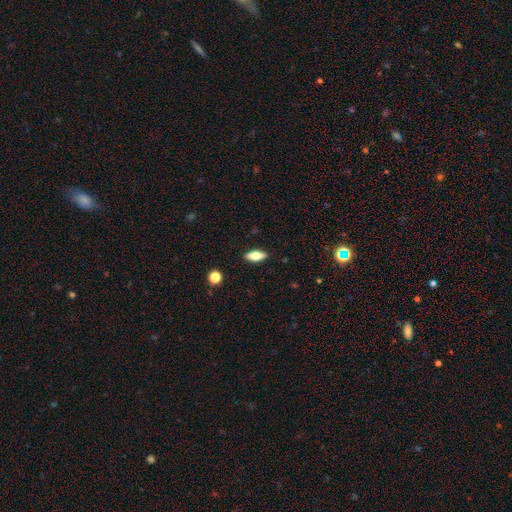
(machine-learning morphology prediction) A smooth galaxy with no disk features (65%) that is in between round and cigar-shaped (75%).

Vote fractions:
- Smooth or featured? smooth: 65% / featured or disk: 28% / star or artifact: 7%
- How rounded? in between: 75% / cigar-shaped: 22% / round: 3%
- Merging? none: 89% / minor disturbance: 8% / major disturbance: 2% / merger: 1%